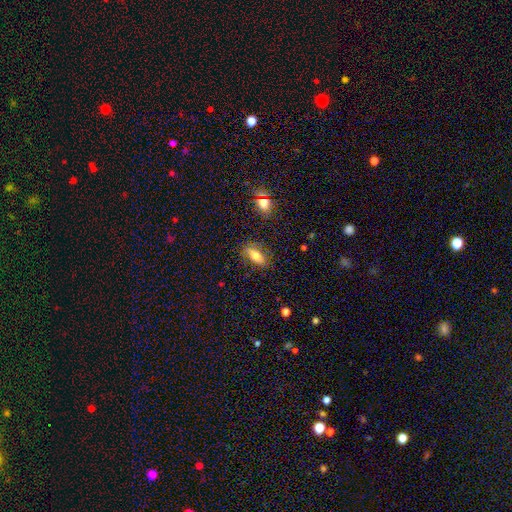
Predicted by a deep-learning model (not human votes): Smooth or featured: smooth — 69% (featured or disk — 21%)
How rounded: in between — 75% (cigar-shaped — 20%)
Merging: none — 78% (minor disturbance — 16%)